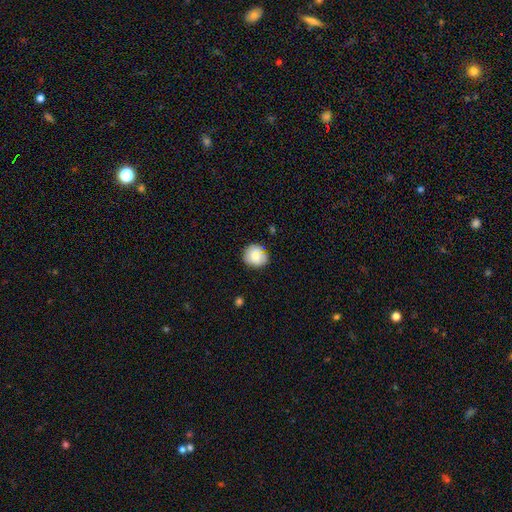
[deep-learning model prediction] Overall: smooth (81%). How rounded: round (86%). Merging: none (79%).